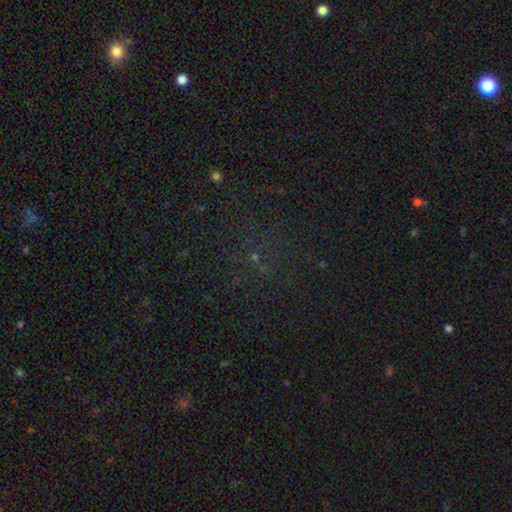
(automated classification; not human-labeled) Smooth or featured? star or artifact (68%)